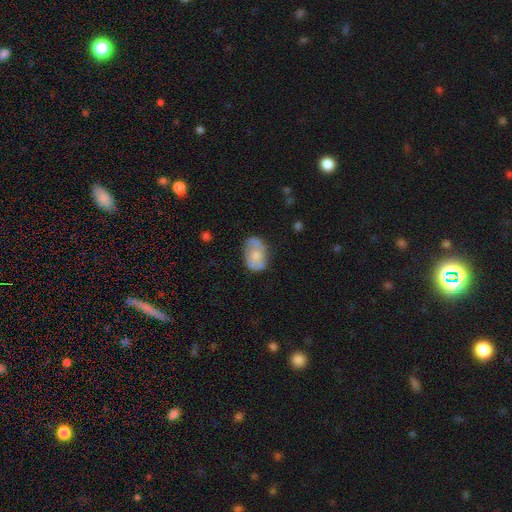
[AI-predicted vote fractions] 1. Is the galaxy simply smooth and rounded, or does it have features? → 50% featured or disk, 43% smooth, 7% star or artifact.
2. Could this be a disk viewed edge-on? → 96% no, 4% yes.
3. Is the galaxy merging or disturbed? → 59% none, 28% minor disturbance, 10% major disturbance, 2% merger.